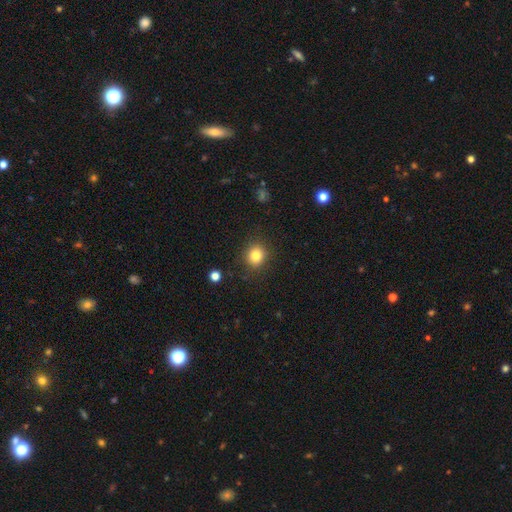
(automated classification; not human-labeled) smooth_or_featured: smooth (p=0.83) [alt: star or artifact p=0.11]
how_rounded: round (p=0.81) [alt: in between p=0.18]
merging: none (p=0.87) [alt: minor disturbance p=0.09]